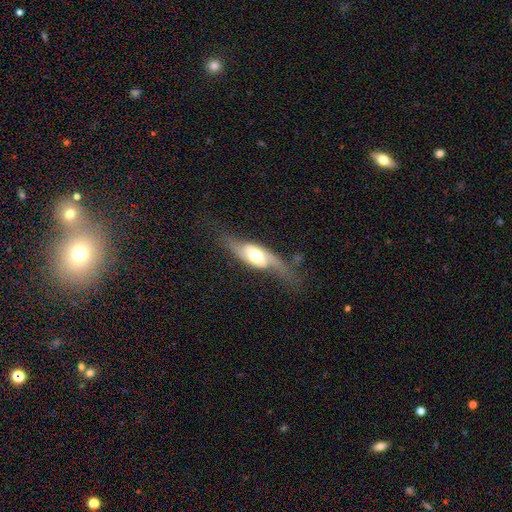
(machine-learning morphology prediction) This appears to be a featured or disk galaxy (79%) with no bar (41%), 2 (89%) loose (60%) spiral arms (91%) and a moderate central bulge (60%). Merging: none (56%).